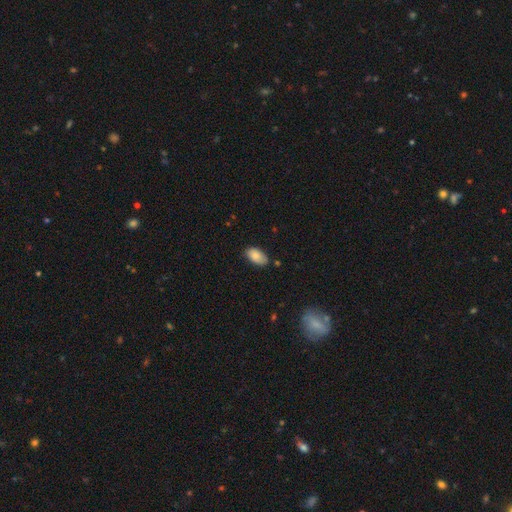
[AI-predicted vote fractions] Morphology: type=smooth (83%); roundness=in between (94%); merging=none (76%).